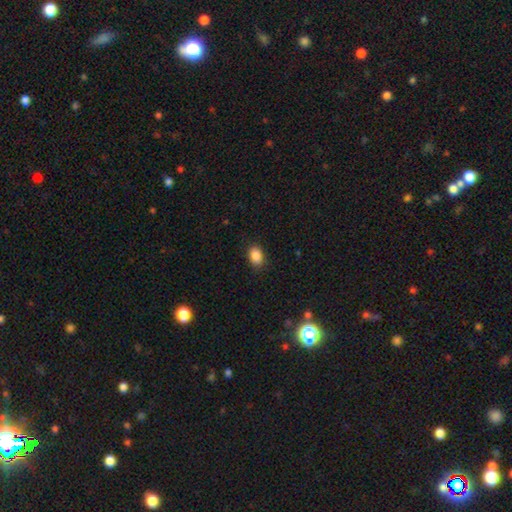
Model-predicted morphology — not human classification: smooth_or_featured: smooth (p=0.88) [alt: star or artifact p=0.09]
how_rounded: in between (p=0.79) [alt: round p=0.20]
merging: none (p=0.88) [alt: minor disturbance p=0.09]